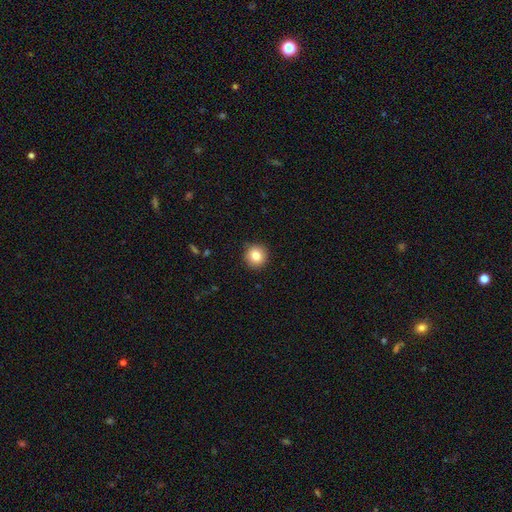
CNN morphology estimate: smooth_or_featured: smooth (p=0.83) [alt: star or artifact p=0.09]
how_rounded: round (p=0.94) [alt: in between p=0.05]
merging: none (p=0.91) [alt: minor disturbance p=0.06]